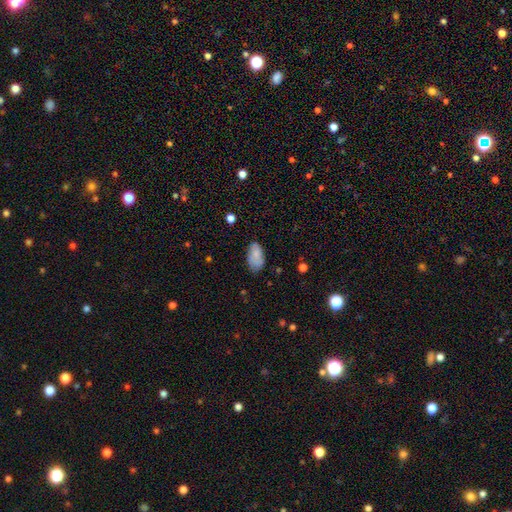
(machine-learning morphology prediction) The model was most divided on "merging": none: 63%, minor disturbance: 27%, major disturbance: 7%, merger: 3%. More confident: how rounded — in between (93%); smooth or featured — smooth (78%).